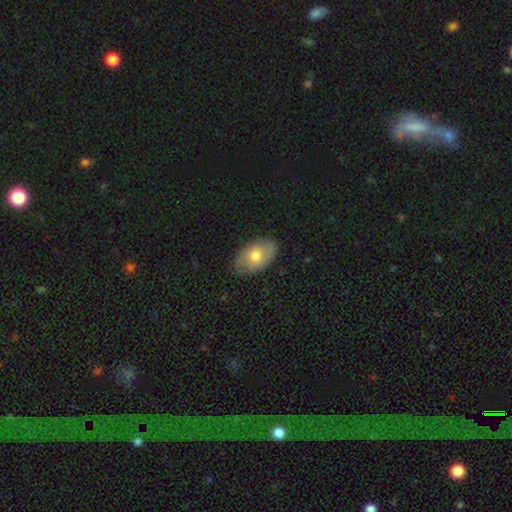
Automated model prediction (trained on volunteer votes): Smooth or featured?
  - smooth: 64% *
  - featured or disk: 30%
  - star or artifact: 6%
How rounded?
  - in between: 91% *
  - round: 8%
  - cigar-shaped: 1%
Merging?
  - none: 78% *
  - minor disturbance: 18%
  - major disturbance: 3%
  - merger: 1%